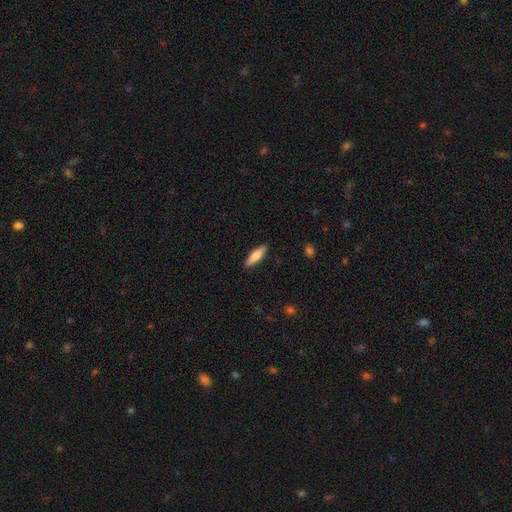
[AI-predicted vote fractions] This is likely a smooth galaxy (65%). How rounded: likely cigar-shaped (62%). Merging: clearly none (89%).